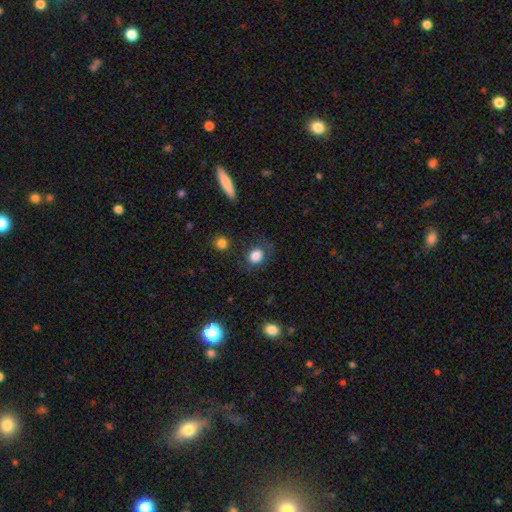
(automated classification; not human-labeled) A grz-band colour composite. It shows a smooth galaxy with no disk features (84%) that is round (56%). Merging: none (72%).